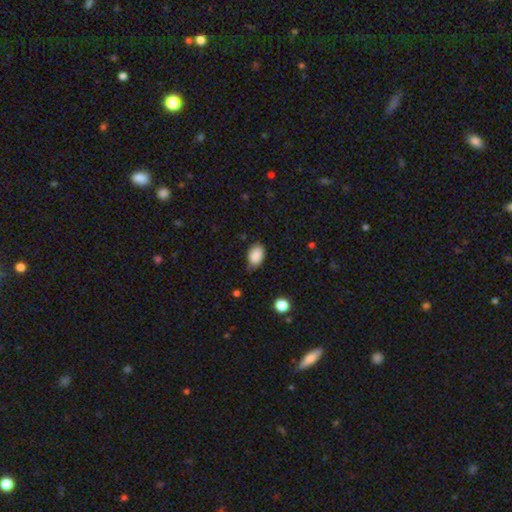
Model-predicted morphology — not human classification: type=smooth (87%); roundness=in between (83%); merging=none (61%).